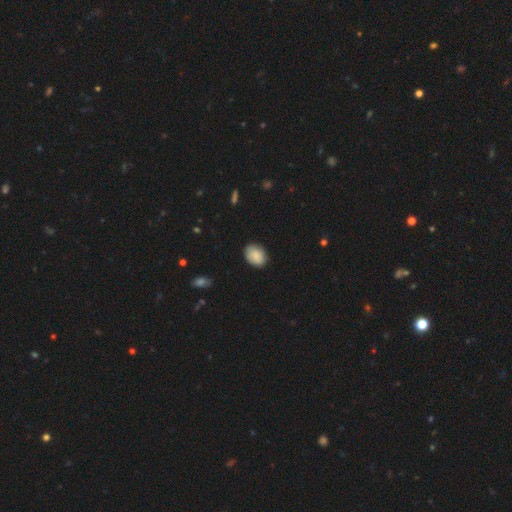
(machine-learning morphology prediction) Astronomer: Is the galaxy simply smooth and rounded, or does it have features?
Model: smooth — 82%.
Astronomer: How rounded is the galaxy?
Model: in between — 65%.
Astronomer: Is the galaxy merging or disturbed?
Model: none — 82%.